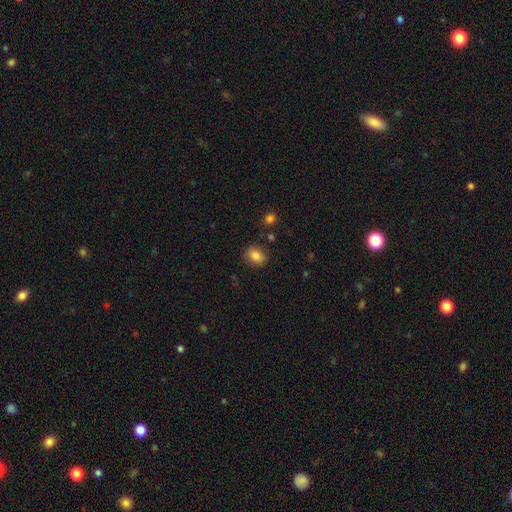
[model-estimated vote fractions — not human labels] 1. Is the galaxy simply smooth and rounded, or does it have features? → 84% smooth, 9% star or artifact, 6% featured or disk.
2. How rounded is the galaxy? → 58% in between, 41% round, 1% cigar-shaped.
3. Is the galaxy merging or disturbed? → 83% none, 11% minor disturbance, 3% major disturbance, 2% merger.